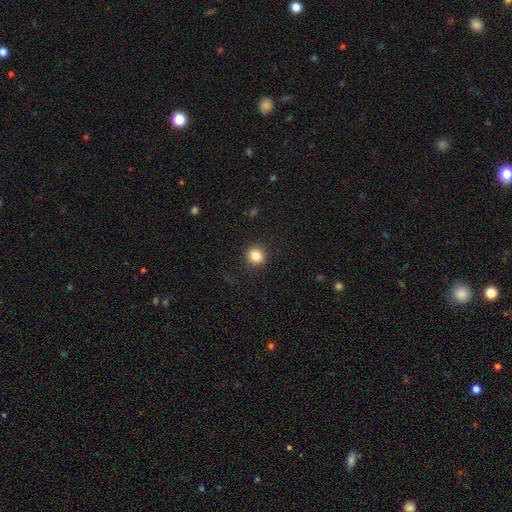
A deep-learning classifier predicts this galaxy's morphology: Smooth or featured?
  - smooth: 85% *
  - star or artifact: 11%
  - featured or disk: 5%
How rounded?
  - round: 89% *
  - in between: 10%
  - cigar-shaped: 1%
Merging?
  - none: 91% *
  - minor disturbance: 6%
  - major disturbance: 2%
  - merger: 1%